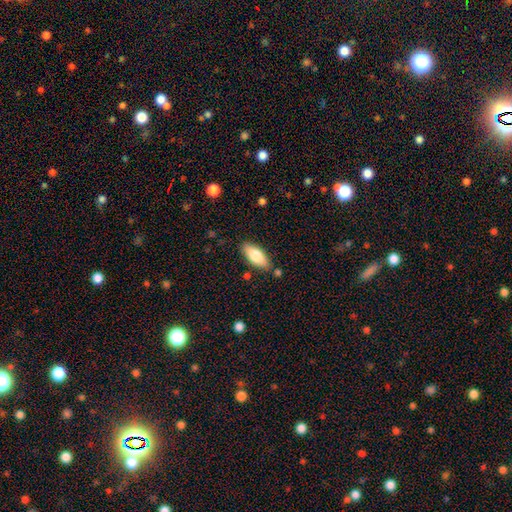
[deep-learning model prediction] Morphology: type=smooth (76%); roundness=in between (82%); merging=none (83%).